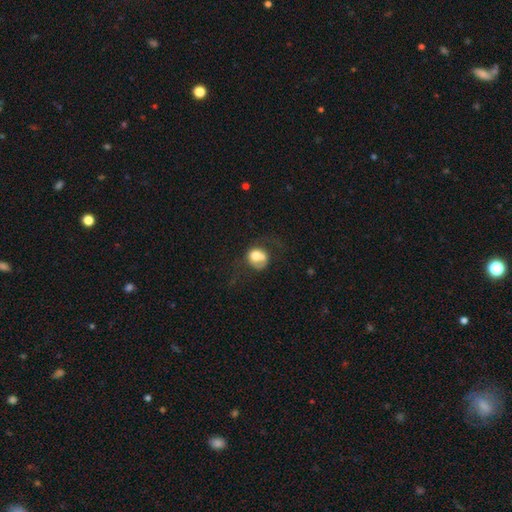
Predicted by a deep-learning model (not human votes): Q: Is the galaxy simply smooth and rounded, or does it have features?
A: smooth — 62%.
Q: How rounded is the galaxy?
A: round — 65%.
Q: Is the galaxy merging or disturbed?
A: major disturbance — 35%.